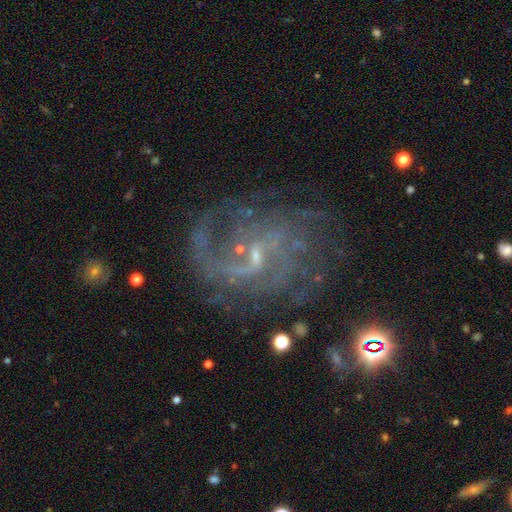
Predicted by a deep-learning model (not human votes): Smooth or featured? Predicted: featured or disk (p=0.80). Edge-on disk? Predicted: no (p=0.98). Bar? Predicted: weak (p=0.52). Spiral arms? Predicted: yes (p=0.89). Spiral winding? Predicted: medium (p=0.41). Spiral arm count? Predicted: can't tell (p=0.33). Bulge size? Predicted: small (p=0.71). Merging? Predicted: none (p=0.58).